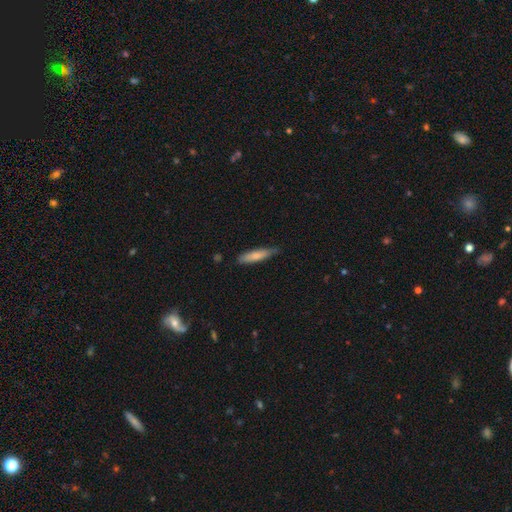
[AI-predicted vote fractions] Smooth or featured? smooth (75%)
How rounded? cigar-shaped (78%)
Merging? none (74%)